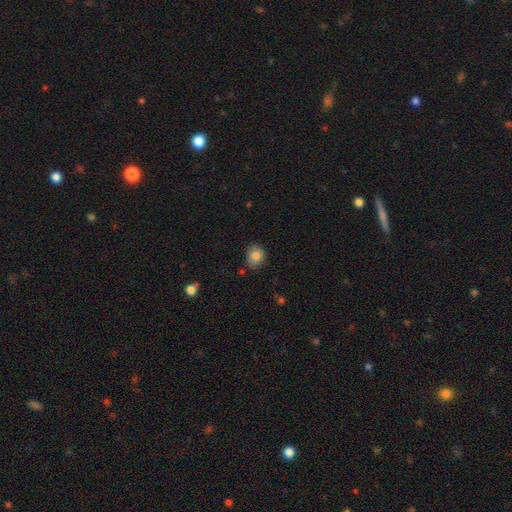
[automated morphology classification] type=smooth (83%); roundness=round (67%); merging=none (74%).